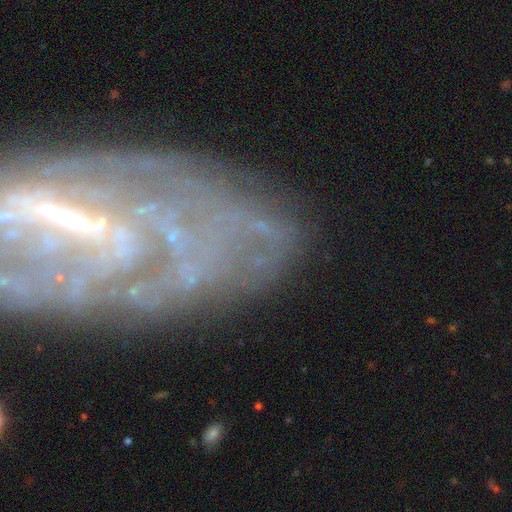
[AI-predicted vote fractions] Smooth or featured? Predicted: featured or disk (p=0.77). Edge-on disk? Predicted: no (p=0.92). Bar? Predicted: strong (p=0.38). Spiral arms? Predicted: yes (p=0.58). Bulge size? Predicted: none (p=0.36). Merging? Predicted: none (p=0.53).